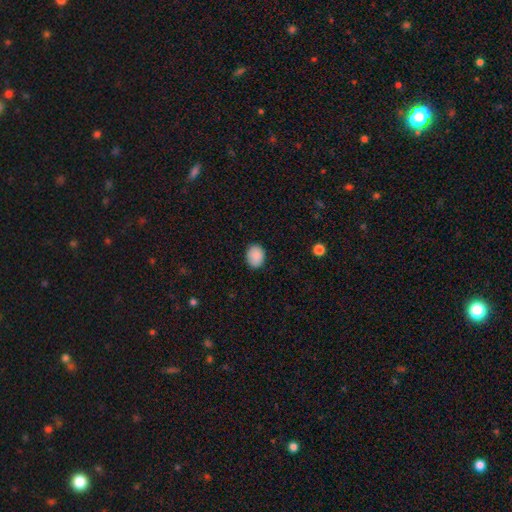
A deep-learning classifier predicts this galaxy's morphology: A smooth galaxy with no disk features (89%) that is in between round and cigar-shaped (57%). Merging: none (84%).